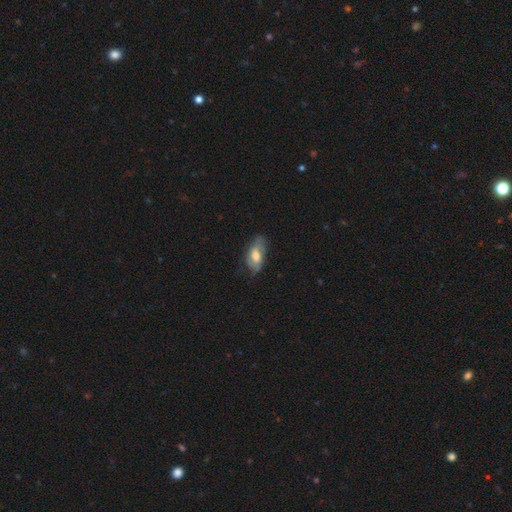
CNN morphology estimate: Q: Smooth or featured?
A: smooth (52%); runner-up: featured or disk (41%)
Q: How rounded?
A: in between (88%); runner-up: cigar-shaped (8%)
Q: Merging?
A: none (53%); runner-up: minor disturbance (32%)